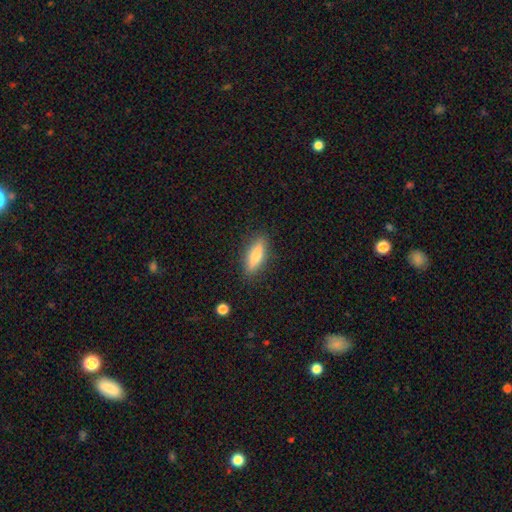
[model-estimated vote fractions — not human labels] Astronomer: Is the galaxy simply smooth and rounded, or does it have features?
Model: smooth — 63%.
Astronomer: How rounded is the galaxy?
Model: cigar-shaped — 59% (runner-up: in between, 38%).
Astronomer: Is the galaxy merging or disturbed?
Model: none — 87%.